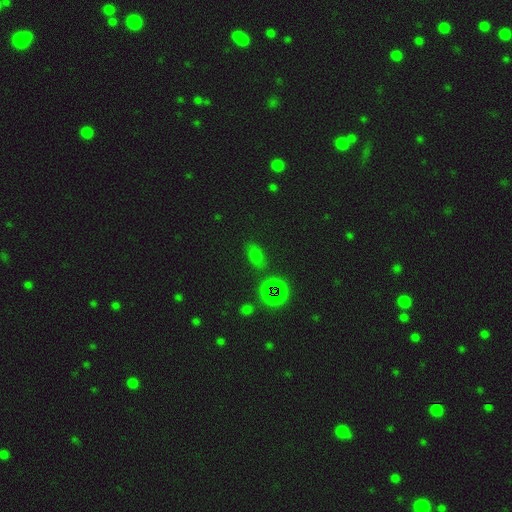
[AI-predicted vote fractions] A smooth galaxy with no disk features (59%) that is in between round and cigar-shaped (78%).

Vote fractions:
- Smooth or featured? smooth: 59% / star or artifact: 32% / featured or disk: 9%
- How rounded? in between: 78% / round: 18% / cigar-shaped: 4%
- Merging? none: 78% / minor disturbance: 13% / major disturbance: 5% / merger: 4%